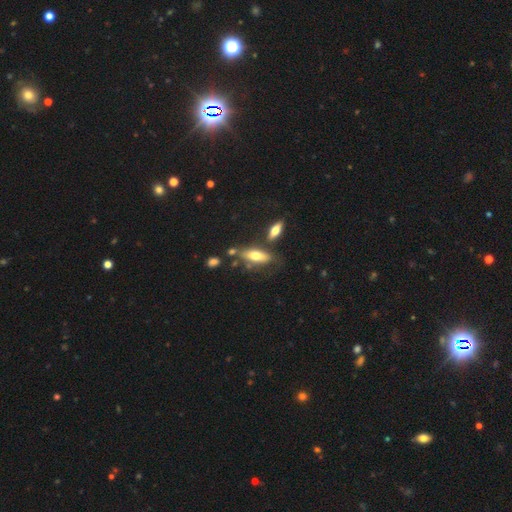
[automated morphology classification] Smooth or featured?
  - smooth: 61% *
  - featured or disk: 31%
  - star or artifact: 8%
How rounded?
  - in between: 65% *
  - cigar-shaped: 32%
  - round: 2%
Merging?
  - none: 59% *
  - minor disturbance: 19%
  - merger: 16%
  - major disturbance: 6%